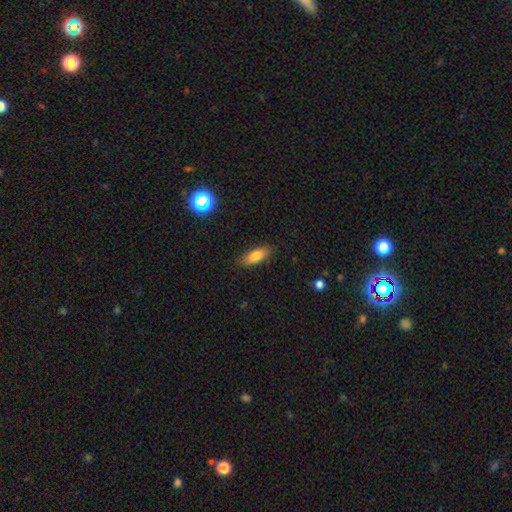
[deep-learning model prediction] This appears to be a smooth galaxy with no disk features (78%) that is in between round and cigar-shaped (69%). Merging: none (85%).